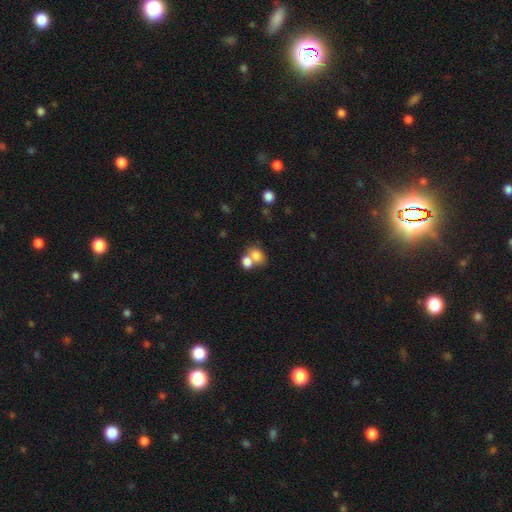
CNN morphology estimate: A smooth galaxy with no disk features (78%) that is in between round and cigar-shaped (66%). Merging: merger (60%).